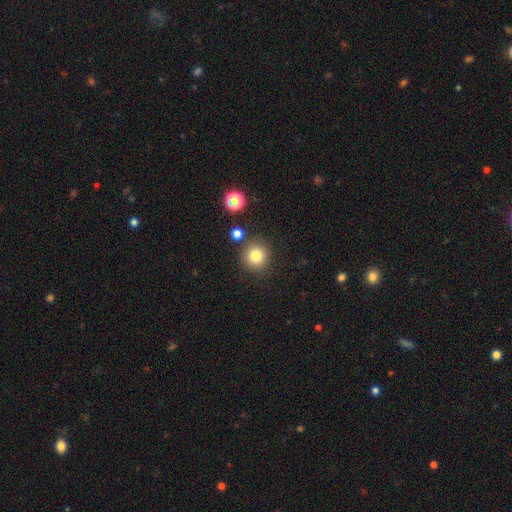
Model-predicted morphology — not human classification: This is clearly a smooth galaxy (81%). How rounded: clearly round (93%). Merging: clearly none (83%).